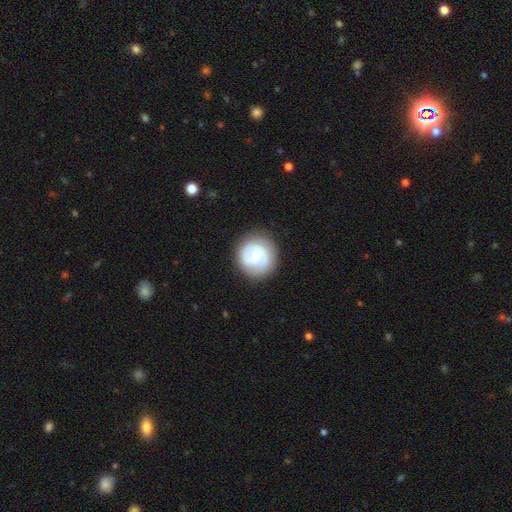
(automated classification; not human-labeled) Smooth or featured? featured or disk (50%)
Edge-on disk? no (98%)
Merging? none (80%)